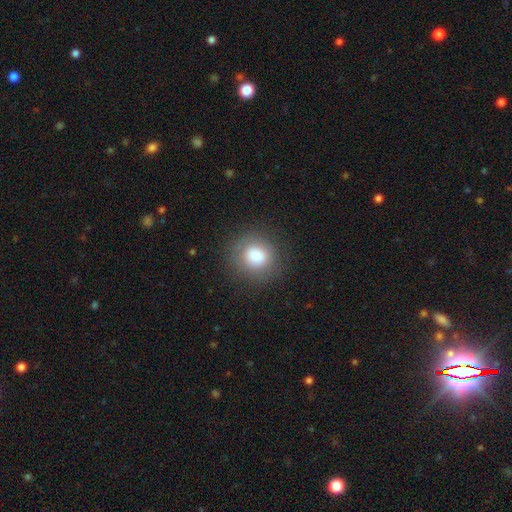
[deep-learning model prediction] Smooth or featured? Predicted: smooth (p=0.81). How rounded? Predicted: round (p=0.87). Merging? Predicted: none (p=0.83).